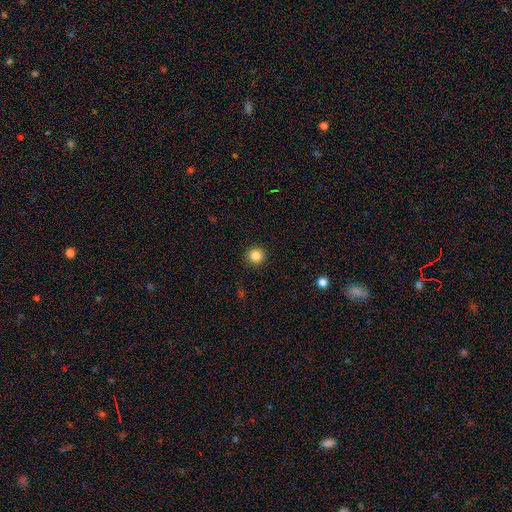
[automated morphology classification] Smooth or featured: smooth — 85% (star or artifact — 11%)
How rounded: round — 95% (in between — 4%)
Merging: none — 93% (minor disturbance — 4%)